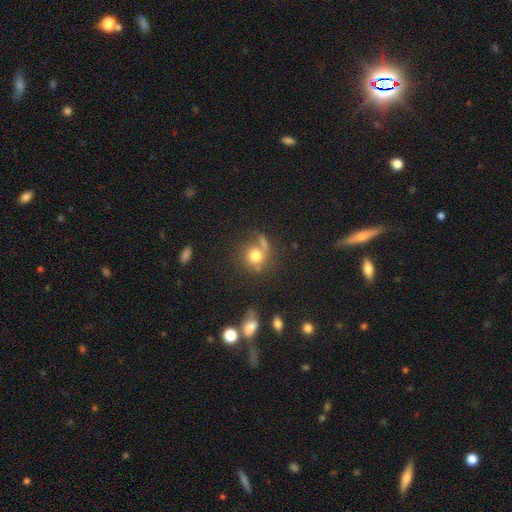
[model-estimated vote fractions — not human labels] Morphology: type=smooth (75%); roundness=round (85%); merging=none (58%).